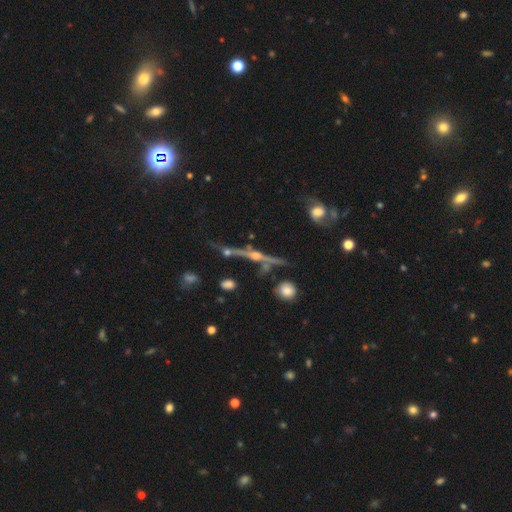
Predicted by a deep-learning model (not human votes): This is likely a featured or disk galaxy (72%). It is clearly viewed edge-on (92%). Edge-on bulge: clearly rounded (86%). Merging: likely none (73%).